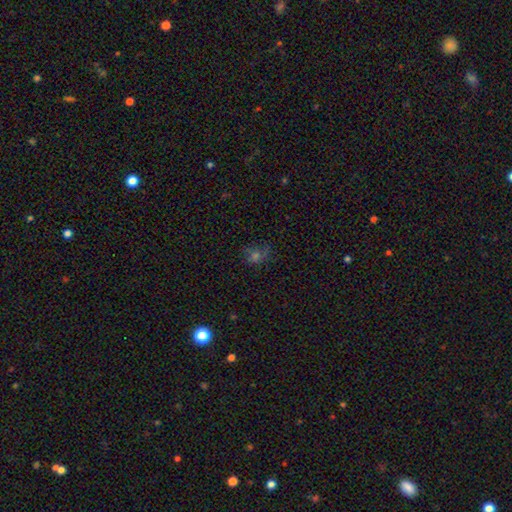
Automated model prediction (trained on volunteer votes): A smooth galaxy with no disk features (48%).

Vote fractions:
- Smooth or featured? smooth: 48% / star or artifact: 31% / featured or disk: 21%
- Merging? none: 61% / minor disturbance: 22% / major disturbance: 14% / merger: 3%